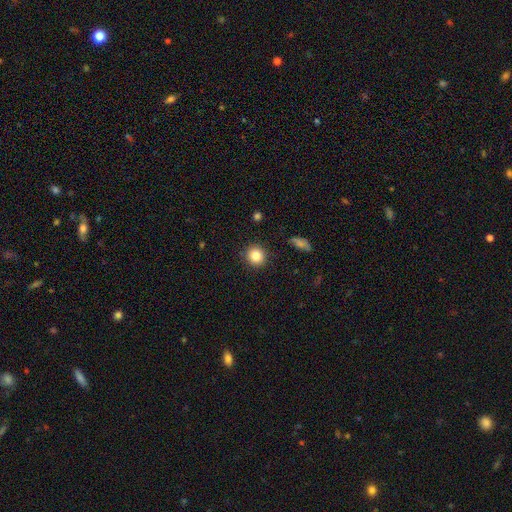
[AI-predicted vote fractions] Smooth or featured? Predicted: smooth (p=0.84). How rounded? Predicted: round (p=0.90). Merging? Predicted: none (p=0.90).